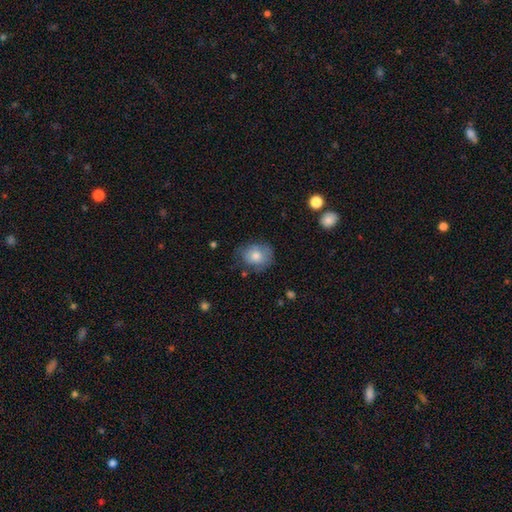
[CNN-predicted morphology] type=smooth (75%); roundness=round (65%); merging=none (66%).